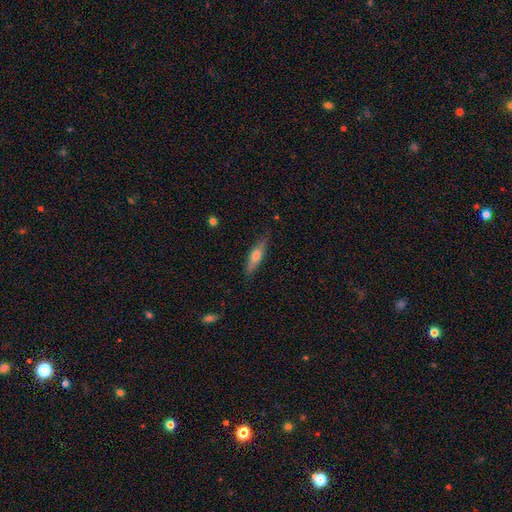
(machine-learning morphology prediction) type=smooth (52%); roundness=cigar-shaped (73%); merging=none (84%).